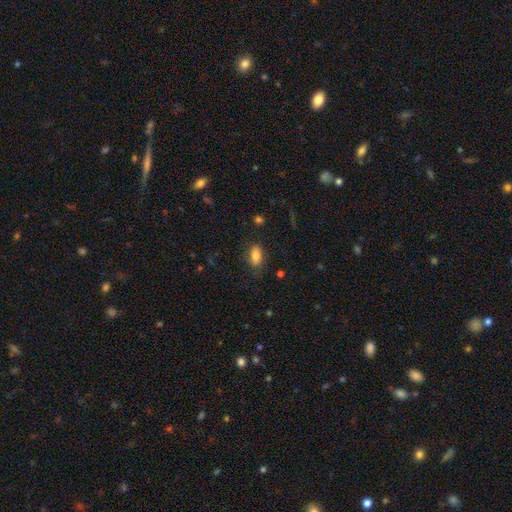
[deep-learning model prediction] A smooth galaxy with no disk features (79%) that is in between round and cigar-shaped (87%). Merging: none (75%).